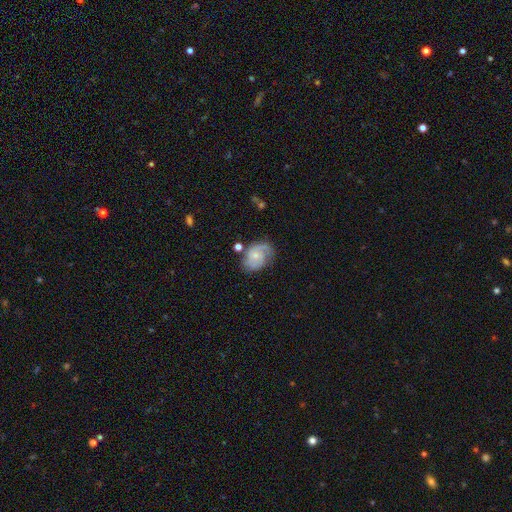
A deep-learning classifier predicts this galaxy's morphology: type=featured or disk (66%); edge-on=no (97%); bar=no (71%); spiral arms=yes (89%); winding=medium (42%); arm count=2 (54%); bulge=small (67%); merging=none (57%).